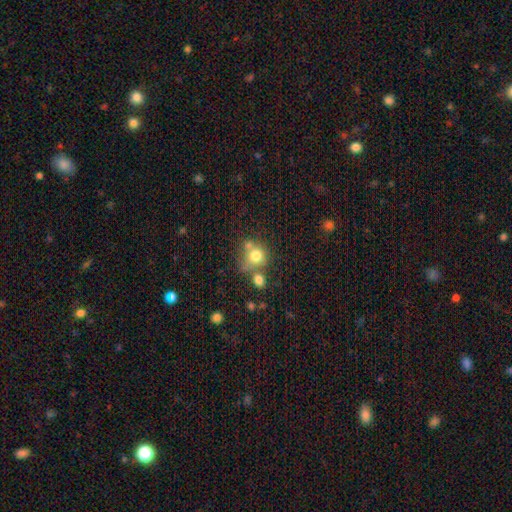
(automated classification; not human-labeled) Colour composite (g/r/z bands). It shows a smooth galaxy with no disk features (75%) that is round (79%). Merging: none (46%).